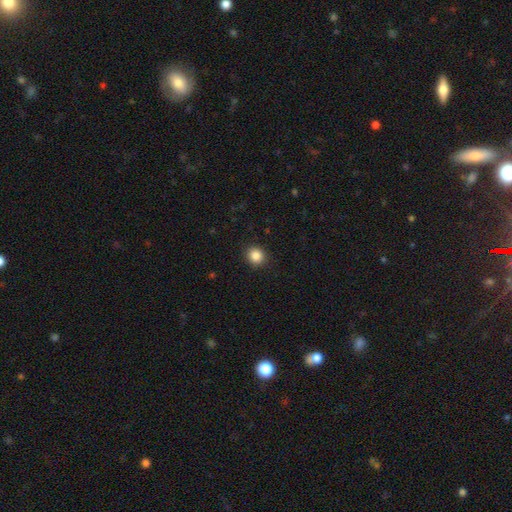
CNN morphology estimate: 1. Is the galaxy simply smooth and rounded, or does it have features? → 86% smooth, 10% star or artifact, 4% featured or disk.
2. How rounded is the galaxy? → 83% round, 16% in between, 1% cigar-shaped.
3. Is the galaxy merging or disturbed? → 91% none, 6% minor disturbance, 2% major disturbance, 1% merger.